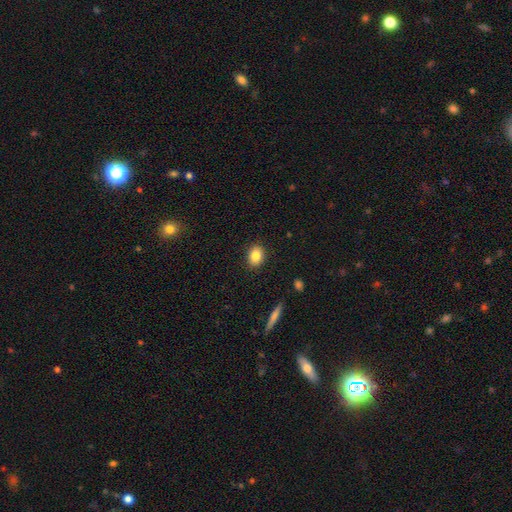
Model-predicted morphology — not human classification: This appears to be a smooth galaxy with no disk features (84%) that is in between round and cigar-shaped (59%). Merging: none (89%).